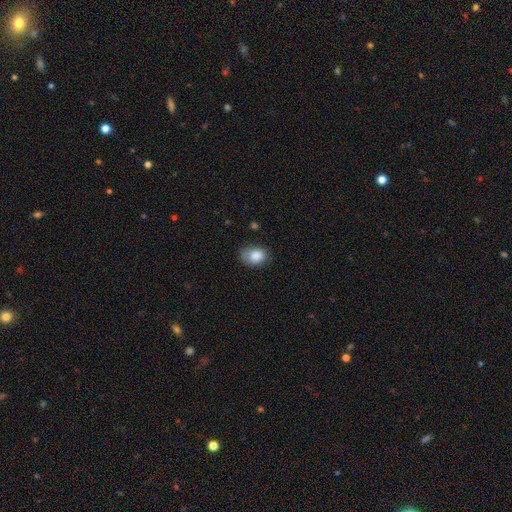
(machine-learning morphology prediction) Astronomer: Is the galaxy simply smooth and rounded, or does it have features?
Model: smooth — 86%.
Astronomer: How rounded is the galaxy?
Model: in between — 63%.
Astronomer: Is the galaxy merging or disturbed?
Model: none — 64%.